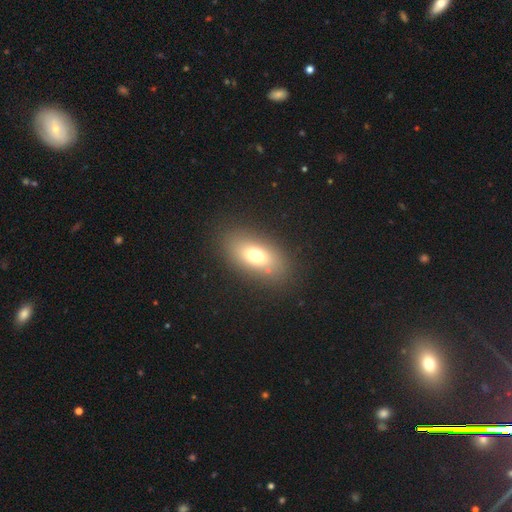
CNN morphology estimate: type=smooth (71%); roundness=in between (85%); merging=none (84%).